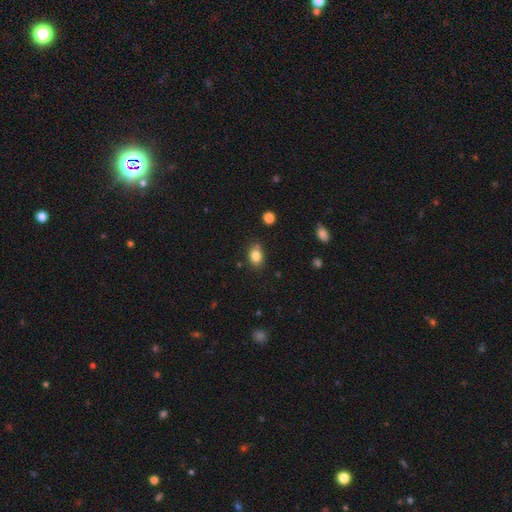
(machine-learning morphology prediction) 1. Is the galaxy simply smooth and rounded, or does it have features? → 82% smooth, 10% star or artifact, 7% featured or disk.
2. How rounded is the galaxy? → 70% in between, 29% round, 1% cigar-shaped.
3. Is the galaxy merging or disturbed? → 74% none, 17% minor disturbance, 6% merger, 3% major disturbance.